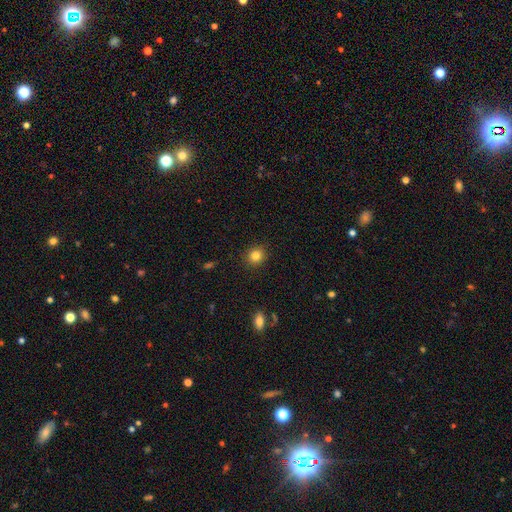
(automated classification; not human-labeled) Smooth or featured: smooth — 83% (star or artifact — 11%)
How rounded: round — 86% (in between — 13%)
Merging: none — 91% (minor disturbance — 6%)